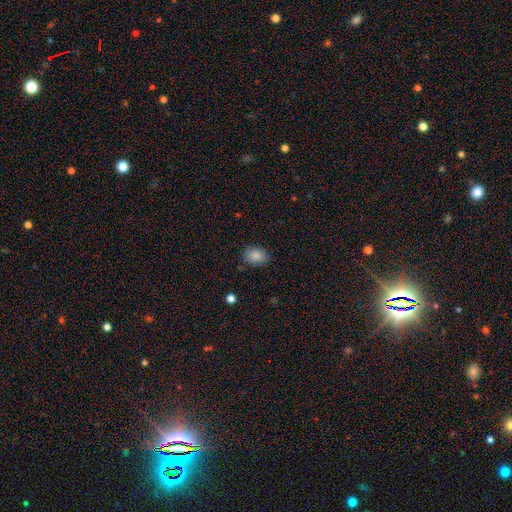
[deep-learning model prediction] smooth 87%, star or artifact 8%, featured or disk 5%. Down the decision tree: how rounded — in between (71%); merging — none (82%).